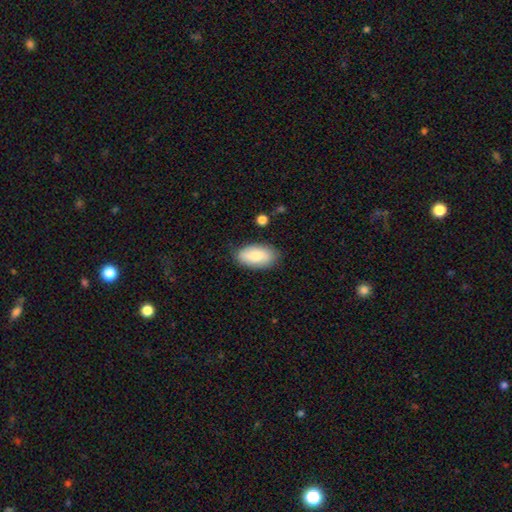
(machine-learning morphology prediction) A smooth galaxy with no disk features (81%) that is in between round and cigar-shaped (94%). Merging: none (81%).